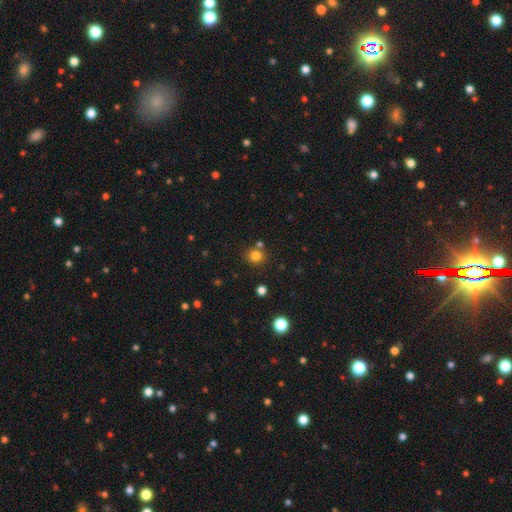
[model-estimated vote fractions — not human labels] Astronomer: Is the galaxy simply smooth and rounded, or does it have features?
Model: smooth — 80%.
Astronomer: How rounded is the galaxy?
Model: round — 86%.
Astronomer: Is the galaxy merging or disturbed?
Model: none — 77%.